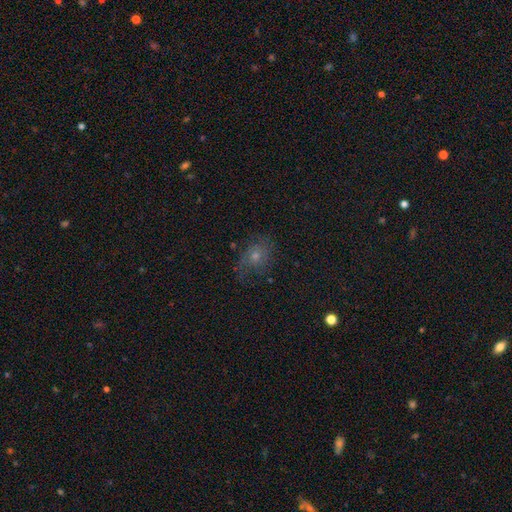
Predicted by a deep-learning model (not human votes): smooth_or_featured: smooth (p=0.42) [alt: featured or disk p=0.41]
merging: none (p=0.59) [alt: minor disturbance p=0.24]